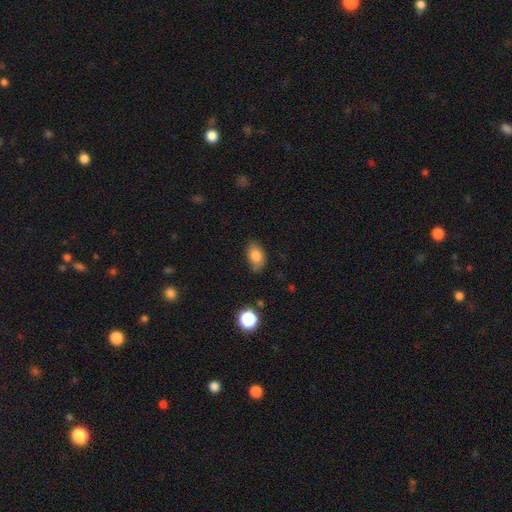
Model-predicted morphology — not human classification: A smooth galaxy with no disk features (82%) that is in between round and cigar-shaped (86%).

Vote fractions:
- Smooth or featured? smooth: 82% / featured or disk: 9% / star or artifact: 8%
- How rounded? in between: 86% / round: 12% / cigar-shaped: 2%
- Merging? none: 70% / minor disturbance: 23% / major disturbance: 5% / merger: 2%